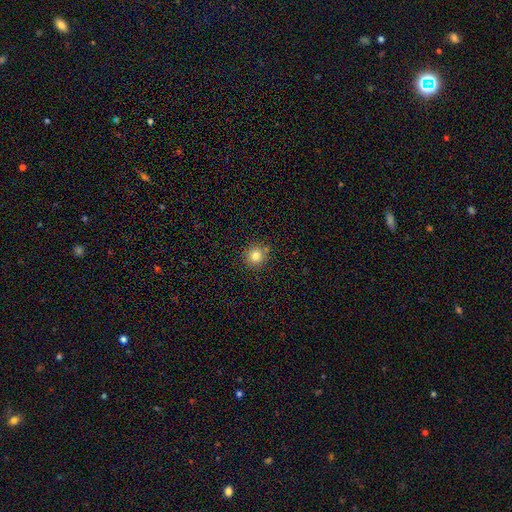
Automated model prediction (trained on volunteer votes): Morphology: type=smooth (81%); roundness=round (93%); merging=none (86%).